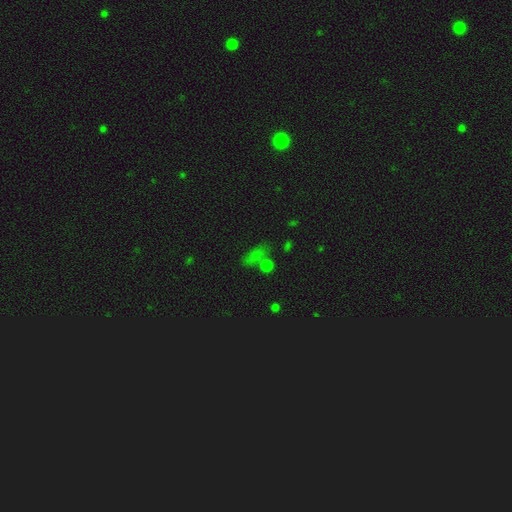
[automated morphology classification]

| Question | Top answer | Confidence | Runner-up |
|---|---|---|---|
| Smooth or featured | smooth | 63% | star or artifact (28%) |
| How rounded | in between | 57% | round (29%) |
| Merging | none | 56% | merger (18%) |